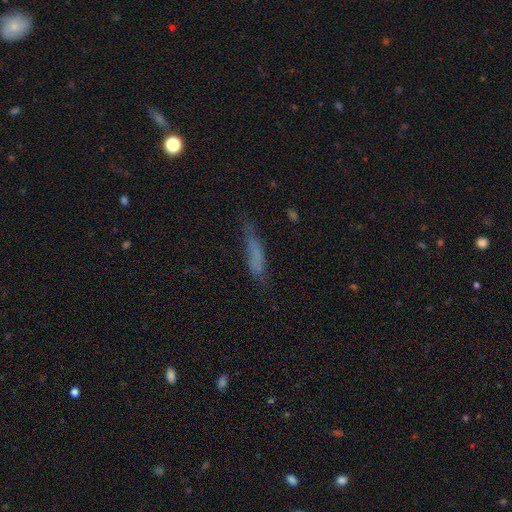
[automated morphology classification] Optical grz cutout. It shows a smooth galaxy with no disk features (60%) that is cigar-shaped (79%). Merging: none (53%).